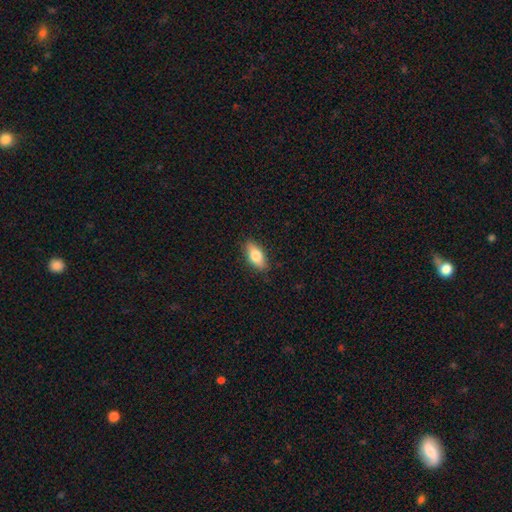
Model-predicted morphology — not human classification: This appears to be a smooth galaxy with no disk features (74%) that is in between round and cigar-shaped (81%). Merging: none (87%).